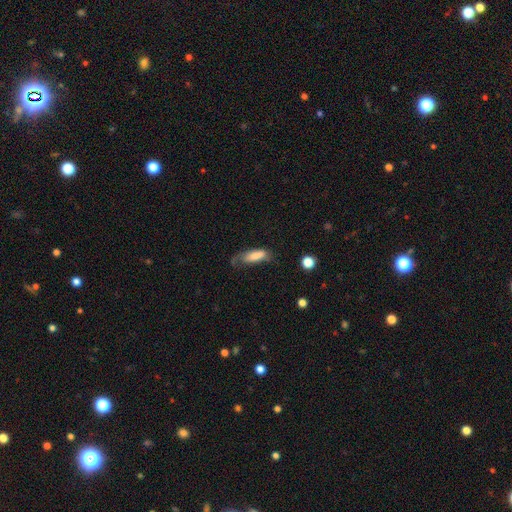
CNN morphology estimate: Q: Smooth or featured?
A: smooth (75%); runner-up: featured or disk (18%)
Q: How rounded?
A: in between (60%); runner-up: cigar-shaped (38%)
Q: Merging?
A: none (36%); runner-up: minor disturbance (32%)